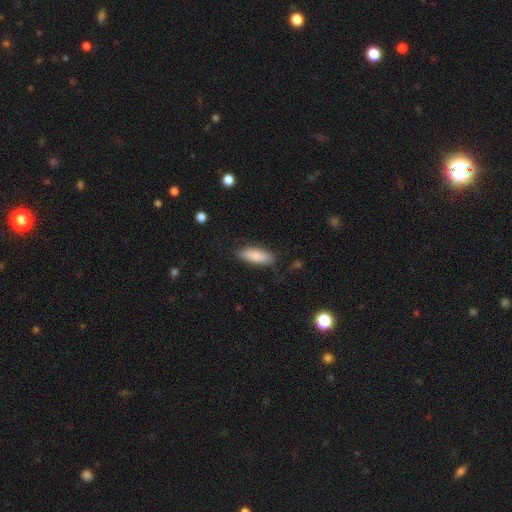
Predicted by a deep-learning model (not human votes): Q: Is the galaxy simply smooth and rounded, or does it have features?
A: smooth — 85%.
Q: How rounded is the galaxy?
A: in between — 76%.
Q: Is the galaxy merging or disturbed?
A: none — 76%.